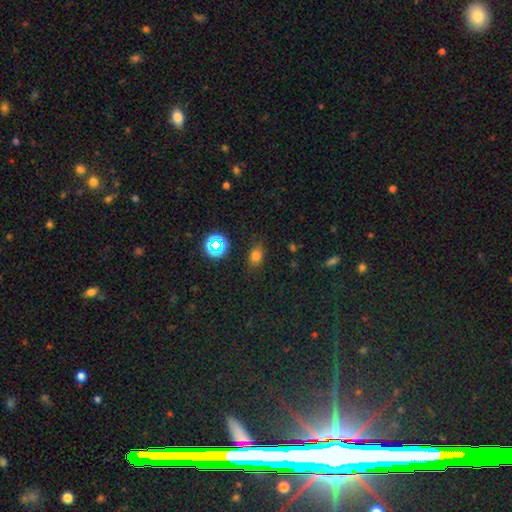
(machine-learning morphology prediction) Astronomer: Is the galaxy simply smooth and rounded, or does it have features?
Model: smooth — 72%.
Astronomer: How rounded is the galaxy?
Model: in between — 73%.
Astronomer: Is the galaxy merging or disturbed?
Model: none — 83%.